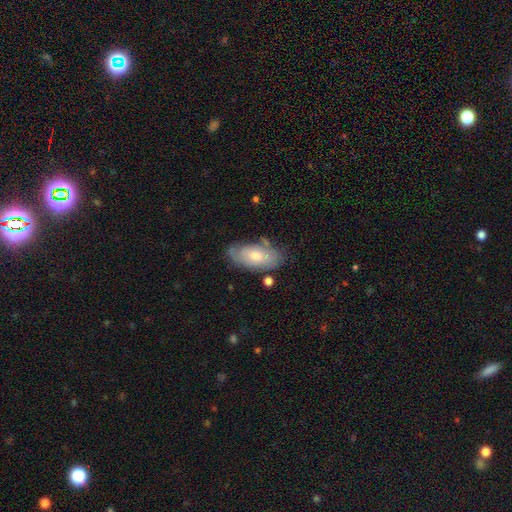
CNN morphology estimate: Overall: smooth (51%; featured or disk 42%). How rounded: in between (90%). Merging: none (66%).